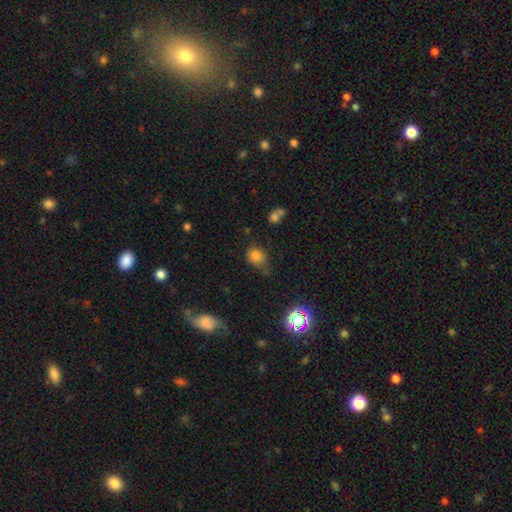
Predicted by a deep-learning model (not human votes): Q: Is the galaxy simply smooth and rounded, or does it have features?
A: smooth — 78%.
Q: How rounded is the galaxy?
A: round — 52%.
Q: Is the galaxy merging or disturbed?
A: none — 58%.